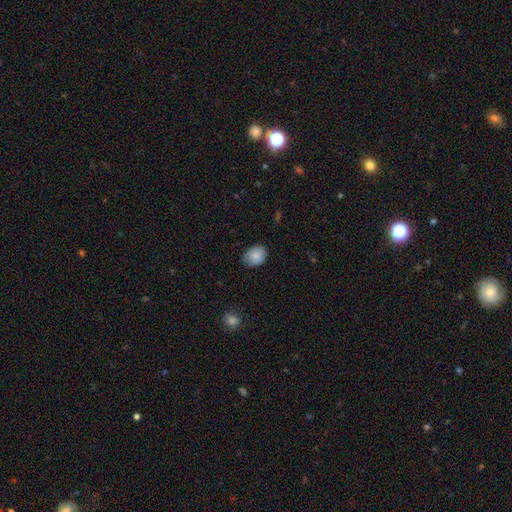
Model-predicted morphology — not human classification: Smooth or featured: smooth — 85% (featured or disk — 8%)
How rounded: in between — 62% (round — 37%)
Merging: none — 81% (minor disturbance — 15%)